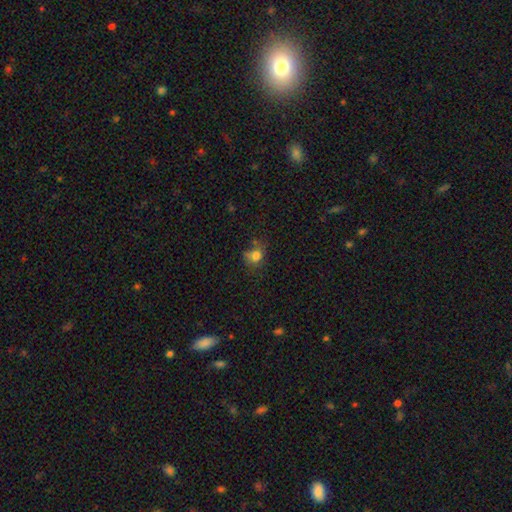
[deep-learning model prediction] The model was most divided on "how rounded": round: 60%, in between: 39%, cigar-shaped: 1%. More confident: smooth or featured — smooth (76%); merging — none (50%).